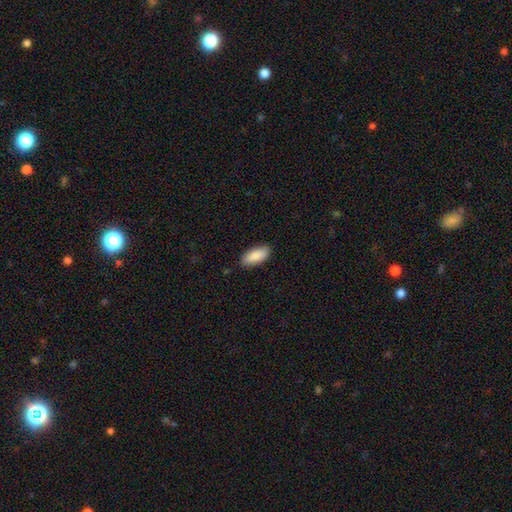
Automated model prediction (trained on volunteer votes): smooth 87%, featured or disk 7%, star or artifact 6%. Down the decision tree: how rounded — in between (85%); merging — none (87%).